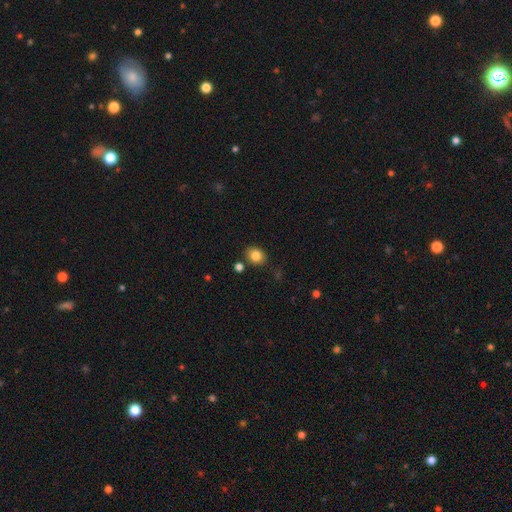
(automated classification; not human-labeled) This appears to be a smooth galaxy with no disk features (83%) that is round (51%). Merging: none (82%).